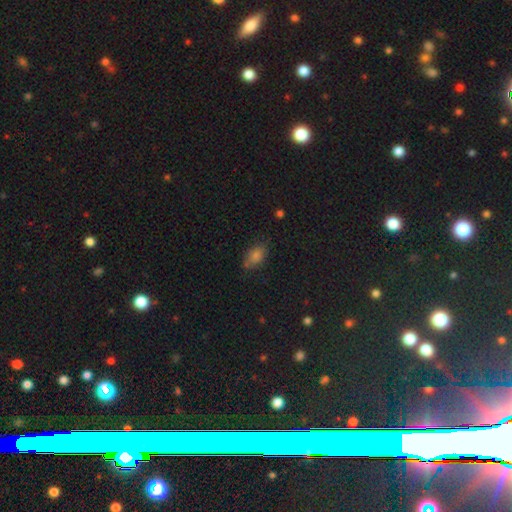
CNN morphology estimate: smooth_or_featured: smooth (p=0.75) [alt: star or artifact p=0.16]
how_rounded: in between (p=0.85) [alt: round p=0.11]
merging: none (p=0.72) [alt: minor disturbance p=0.20]